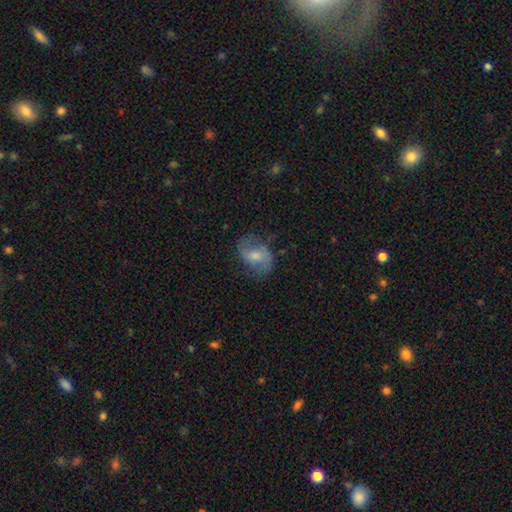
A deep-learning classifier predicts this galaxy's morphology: type=featured or disk (62%); edge-on=no (97%); bar=weak (47%); spiral arms=yes (85%); winding=loose (44%); arm count=2 (85%); bulge=moderate (50%); merging=none (62%).